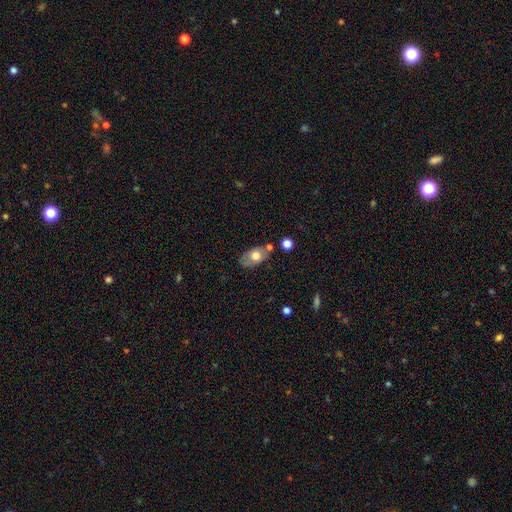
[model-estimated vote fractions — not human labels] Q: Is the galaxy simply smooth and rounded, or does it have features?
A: smooth — 63%.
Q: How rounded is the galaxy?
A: in between — 88%.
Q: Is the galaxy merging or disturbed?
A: none — 65%.